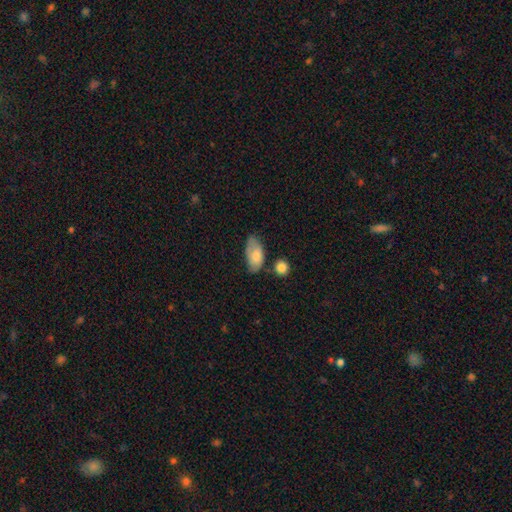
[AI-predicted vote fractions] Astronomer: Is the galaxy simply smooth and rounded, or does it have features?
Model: smooth — 73%.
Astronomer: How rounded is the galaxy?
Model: in between — 92%.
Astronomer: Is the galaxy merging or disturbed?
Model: none — 56%.